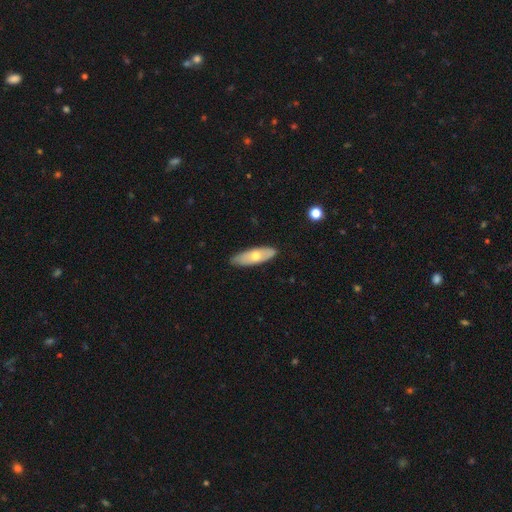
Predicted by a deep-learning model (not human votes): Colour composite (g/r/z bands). It shows a smooth galaxy with no disk features (59%) that is in between round and cigar-shaped (57%). Merging: none (84%).